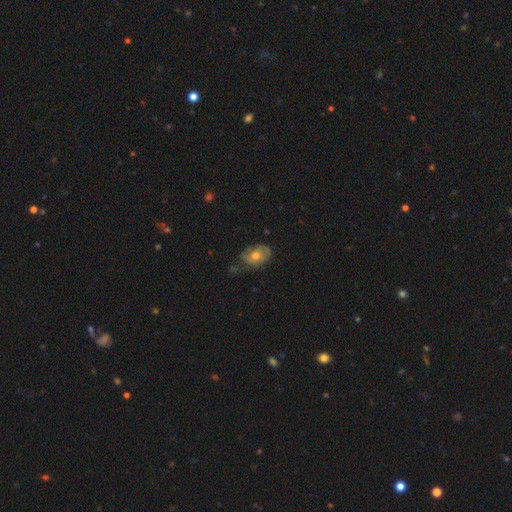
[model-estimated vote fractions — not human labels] Smooth or featured? smooth (51%)
How rounded? in between (75%)
Merging? none (60%)